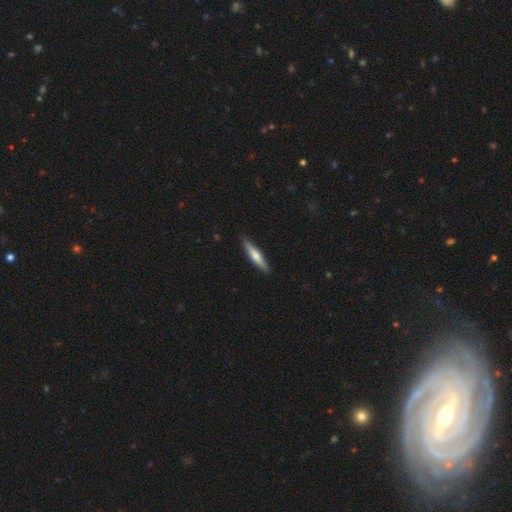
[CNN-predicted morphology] The model was most divided on "smooth or featured": smooth: 57%, featured or disk: 37%, star or artifact: 5%. More confident: merging — none (89%); how rounded — cigar-shaped (87%).